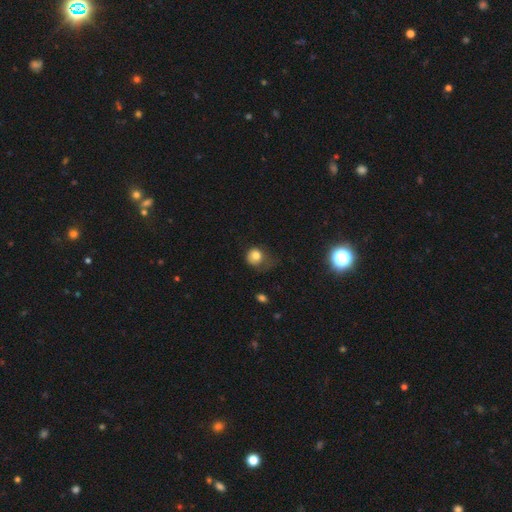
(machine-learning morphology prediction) This appears to be a smooth galaxy with no disk features (78%) that is round (76%). Merging: major disturbance (35%).